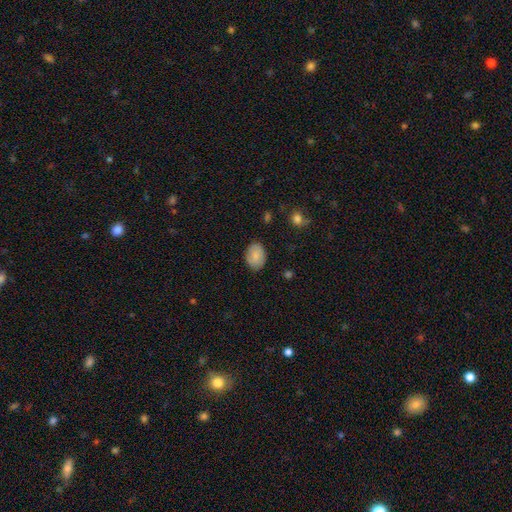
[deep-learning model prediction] The model was most divided on "how rounded": in between: 74%, round: 25%, cigar-shaped: 1%. More confident: merging — none (84%); smooth or featured — smooth (82%).